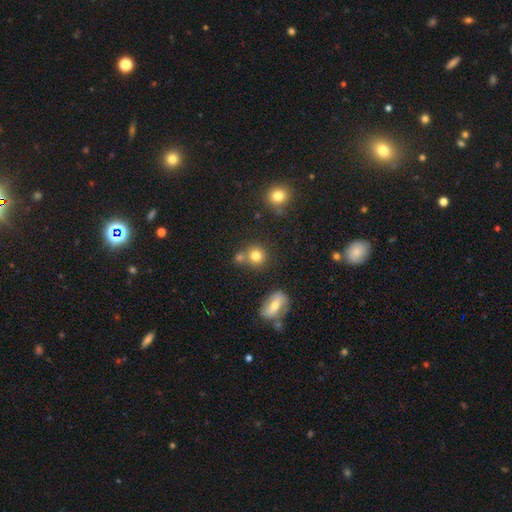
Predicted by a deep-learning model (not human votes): Q: Smooth or featured?
A: smooth (79%); runner-up: star or artifact (12%)
Q: How rounded?
A: round (86%); runner-up: in between (13%)
Q: Merging?
A: none (63%); runner-up: merger (23%)